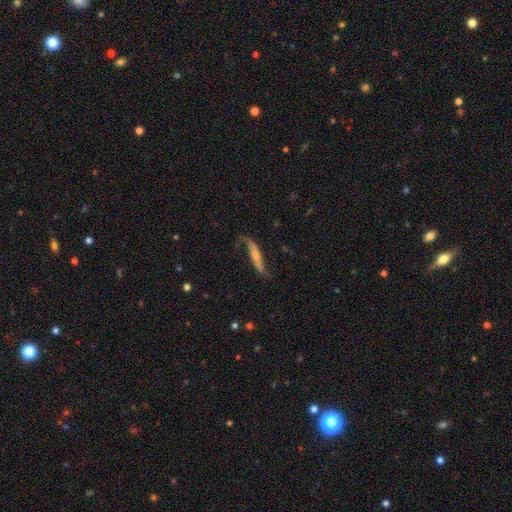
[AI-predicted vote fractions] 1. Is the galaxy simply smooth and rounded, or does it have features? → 67% featured or disk, 26% smooth, 6% star or artifact.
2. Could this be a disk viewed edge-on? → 60% no, 40% yes.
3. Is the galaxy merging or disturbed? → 56% none, 24% minor disturbance, 16% major disturbance, 3% merger.